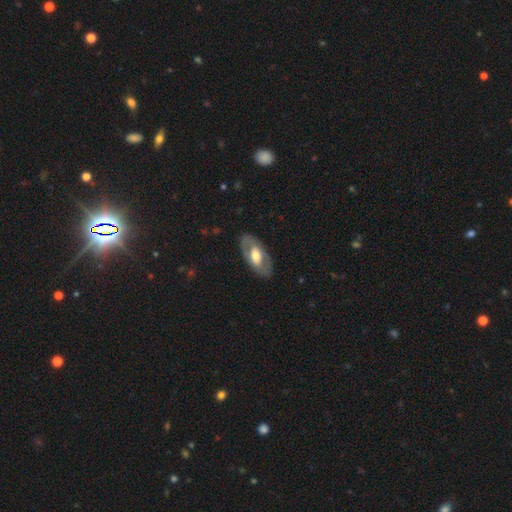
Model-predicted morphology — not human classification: smooth_or_featured: featured or disk (p=0.52) [alt: smooth p=0.43]
disk_edge_on: no (p=0.86) [alt: yes p=0.14]
merging: none (p=0.82) [alt: minor disturbance p=0.12]